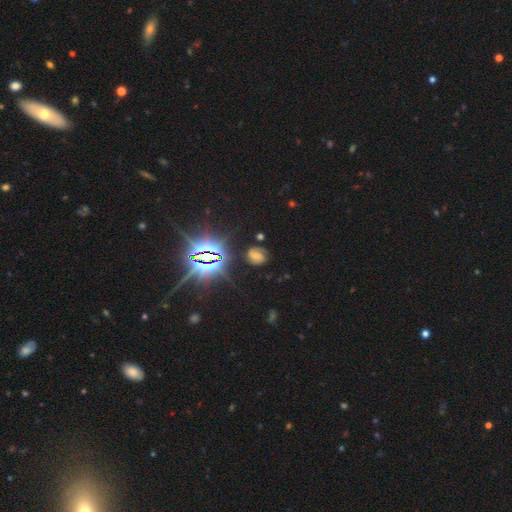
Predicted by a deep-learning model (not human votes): A featured or disk galaxy (51%). Merging: none (74%).